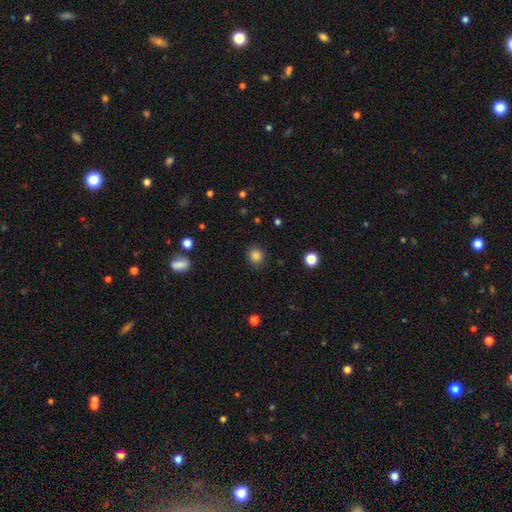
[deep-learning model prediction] Smooth or featured? smooth (85%)
How rounded? round (83%)
Merging? none (89%)